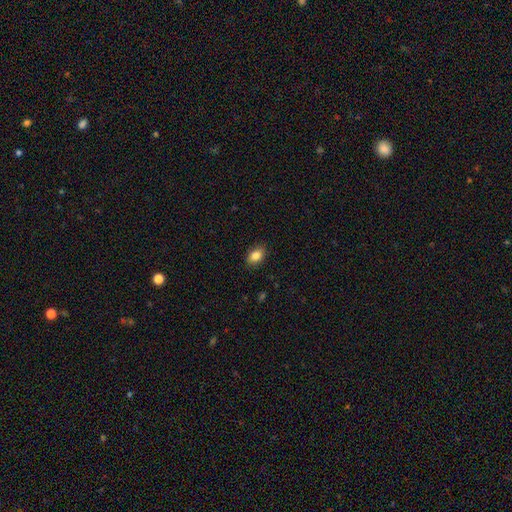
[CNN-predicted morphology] smooth-or-featured: smooth: 85% | star or artifact: 8% | featured or disk: 7%
  how-rounded: in between: 81% | round: 18% | cigar-shaped: 1%
  merging: none: 88% | minor disturbance: 9% | major disturbance: 2% | merger: 1%